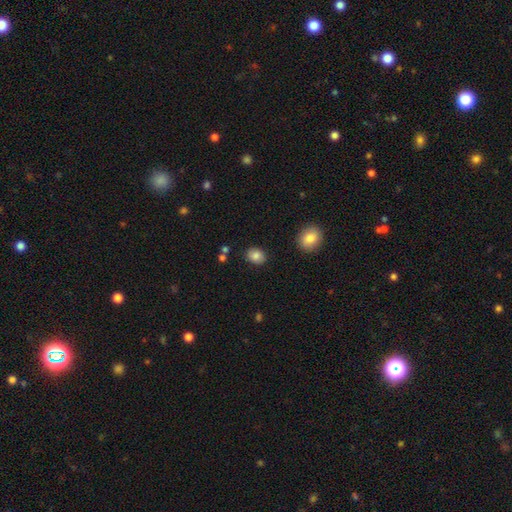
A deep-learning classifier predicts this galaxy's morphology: smooth-or-featured: smooth: 84% | star or artifact: 9% | featured or disk: 7%
  how-rounded: in between: 51% | round: 48% | cigar-shaped: 1%
  merging: none: 85% | minor disturbance: 10% | major disturbance: 2% | merger: 2%